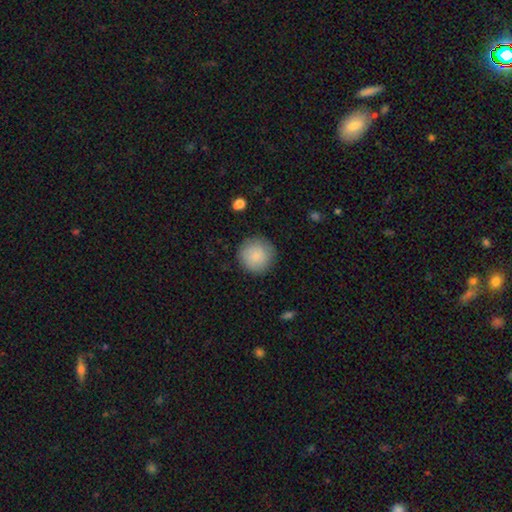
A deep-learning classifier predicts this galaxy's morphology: The model was most divided on "merging": none: 85%, minor disturbance: 10%, major disturbance: 3%, merger: 1%. More confident: how rounded — round (94%); smooth or featured — smooth (85%).